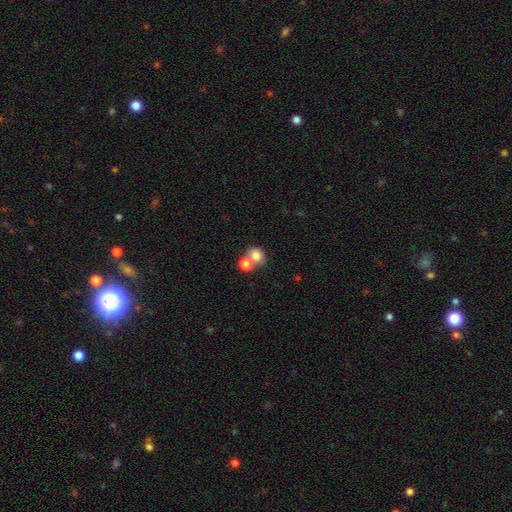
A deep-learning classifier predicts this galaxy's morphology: Smooth or featured? smooth (79%)
How rounded? round (66%)
Merging? merger (51%)